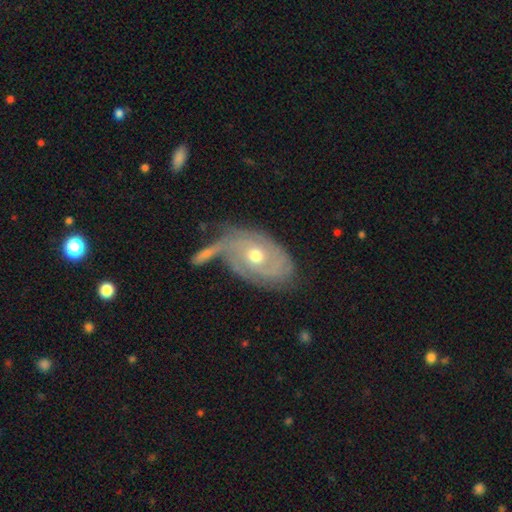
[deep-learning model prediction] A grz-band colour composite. It shows a featured or disk galaxy (80%) with no bar (77%), 2 (37%) tight (65%) spiral arms (88%) and a moderate central bulge (70%). Merging: none (47%).